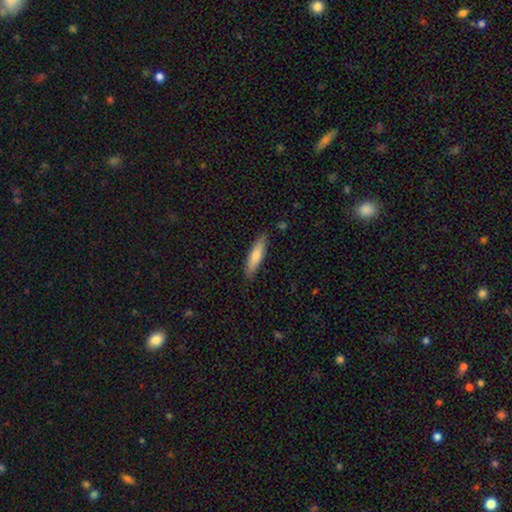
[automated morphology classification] A smooth galaxy with no disk features (71%) that is cigar-shaped (77%). Merging: none (86%).